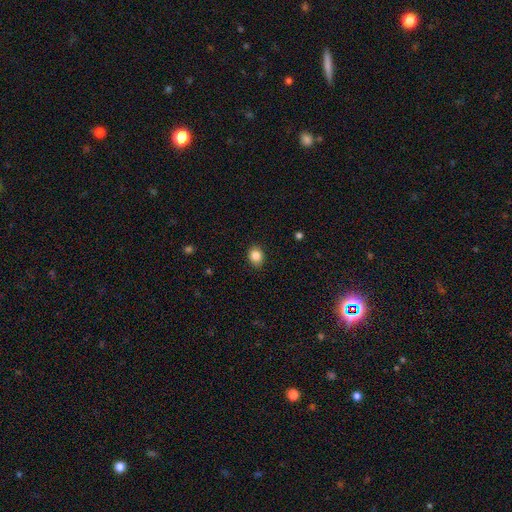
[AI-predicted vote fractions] This is clearly a smooth galaxy (86%). How rounded: possibly round (58%). Merging: clearly none (88%).